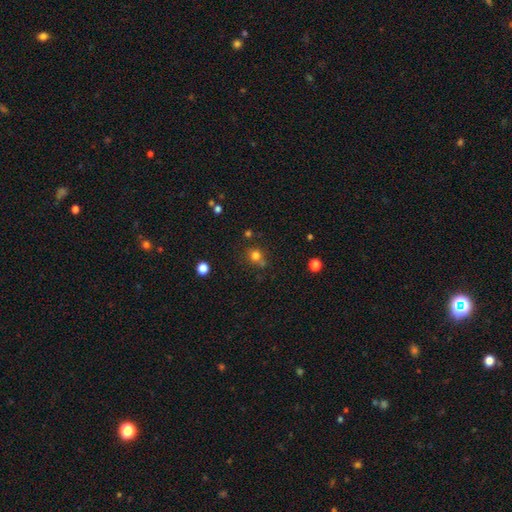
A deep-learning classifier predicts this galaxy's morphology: Q: Smooth or featured?
A: smooth (76%); runner-up: star or artifact (16%)
Q: How rounded?
A: round (83%); runner-up: in between (16%)
Q: Merging?
A: none (64%); runner-up: minor disturbance (15%)